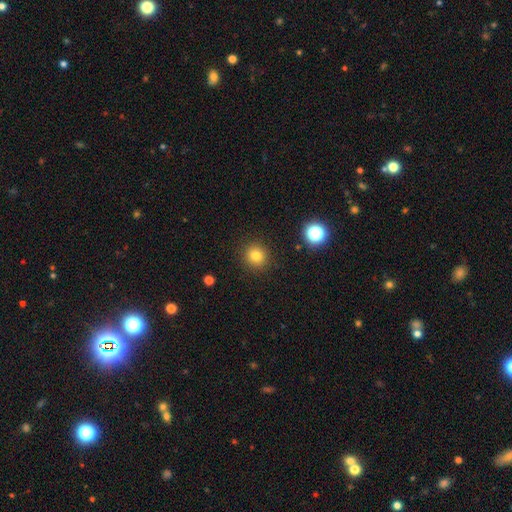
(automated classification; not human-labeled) Overall: smooth (79%). How rounded: round (91%). Merging: none (91%).